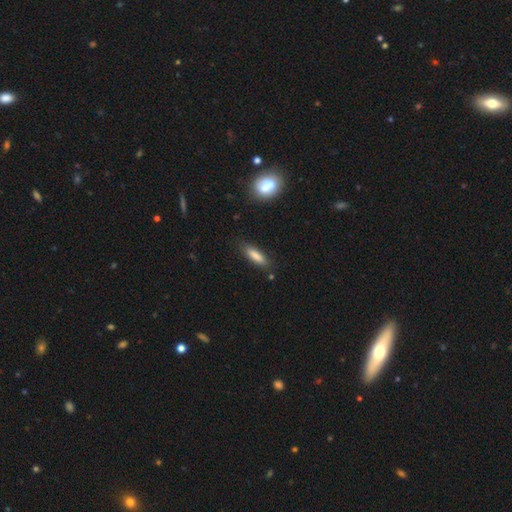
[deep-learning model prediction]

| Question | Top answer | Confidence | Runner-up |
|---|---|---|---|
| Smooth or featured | smooth | 81% | featured or disk (11%) |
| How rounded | cigar-shaped | 65% | in between (33%) |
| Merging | none | 82% | minor disturbance (13%) |